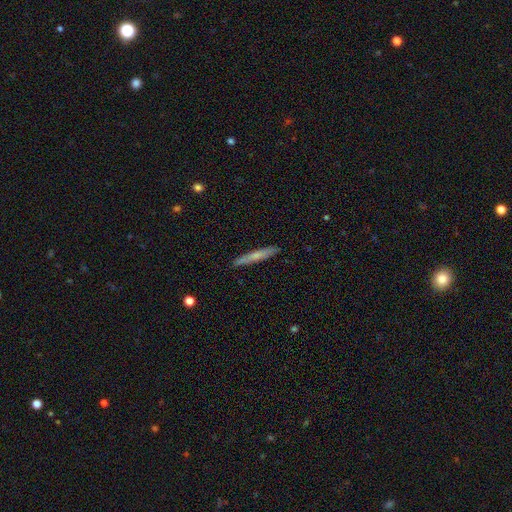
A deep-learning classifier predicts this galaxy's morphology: Smooth or featured? smooth (54%)
How rounded? cigar-shaped (95%)
Merging? none (90%)